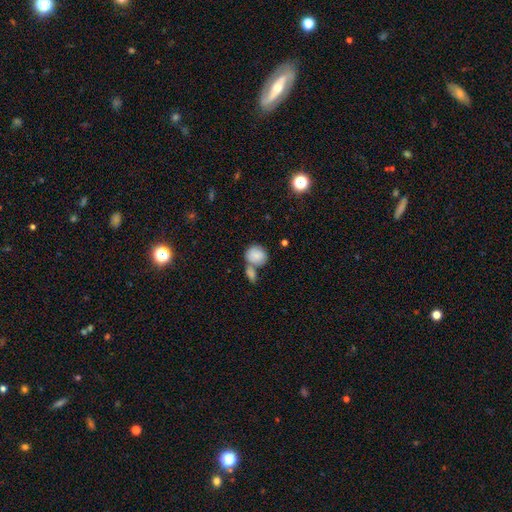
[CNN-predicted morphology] The model was most divided on "merging": merger: 44%, none: 39%, minor disturbance: 12%, major disturbance: 4%. More confident: smooth or featured — smooth (82%); how rounded — round (75%).